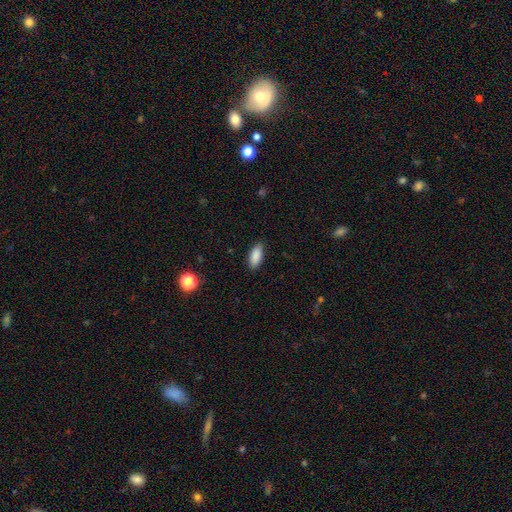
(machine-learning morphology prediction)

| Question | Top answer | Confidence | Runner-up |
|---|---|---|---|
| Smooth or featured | smooth | 89% | star or artifact (7%) |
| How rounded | in between | 85% | cigar-shaped (13%) |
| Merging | none | 87% | minor disturbance (9%) |